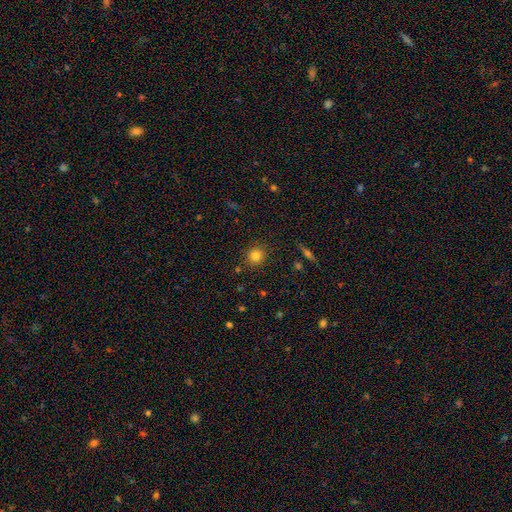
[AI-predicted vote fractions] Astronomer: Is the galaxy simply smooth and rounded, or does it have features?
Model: smooth — 80%.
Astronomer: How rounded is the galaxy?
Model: round — 90%.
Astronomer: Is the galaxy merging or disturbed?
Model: none — 88%.